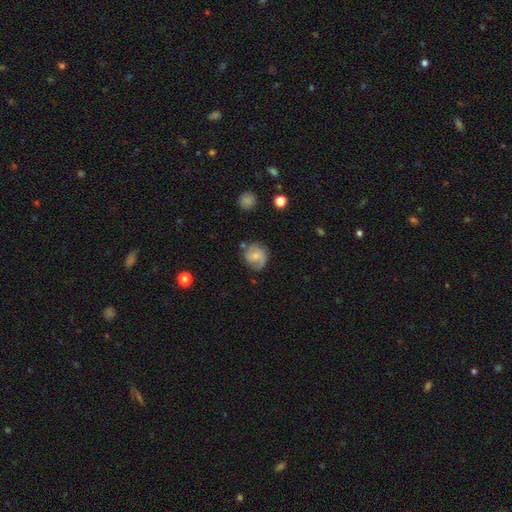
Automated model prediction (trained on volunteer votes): This is possibly a smooth galaxy (51%). How rounded: likely round (78%). Merging: likely none (61%).